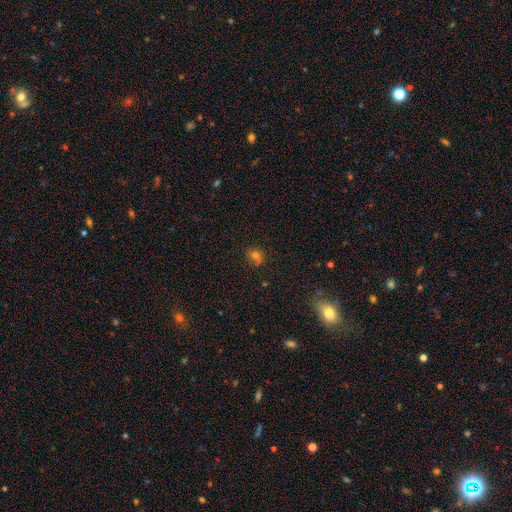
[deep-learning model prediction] This appears to be a smooth galaxy with no disk features (65%) that is round (80%). Merging: none (62%).